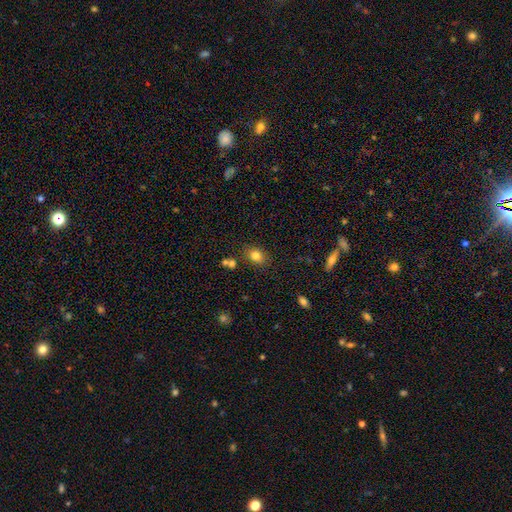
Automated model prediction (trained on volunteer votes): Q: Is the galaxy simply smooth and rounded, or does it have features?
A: smooth — 80%.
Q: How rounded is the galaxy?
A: round — 50%.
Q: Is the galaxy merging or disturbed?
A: none — 79%.